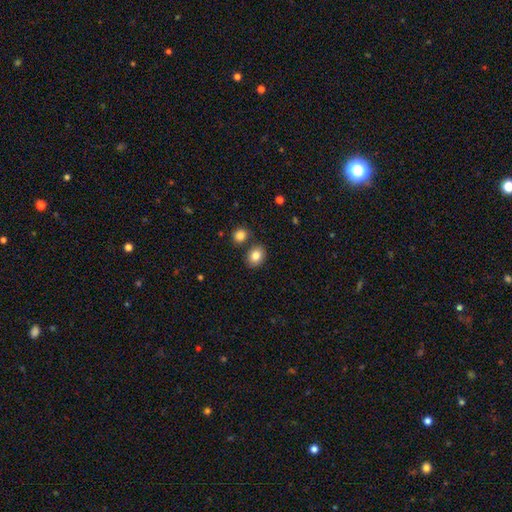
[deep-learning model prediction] A smooth galaxy with no disk features (84%) that is in between round and cigar-shaped (55%). Merging: none (78%).